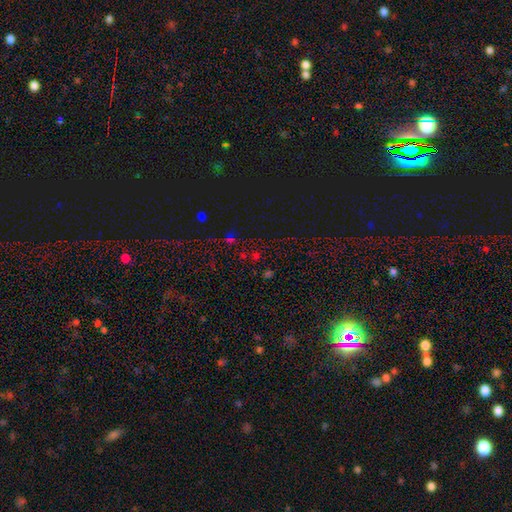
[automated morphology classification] Smooth or featured: star or artifact — 57% (smooth — 35%)